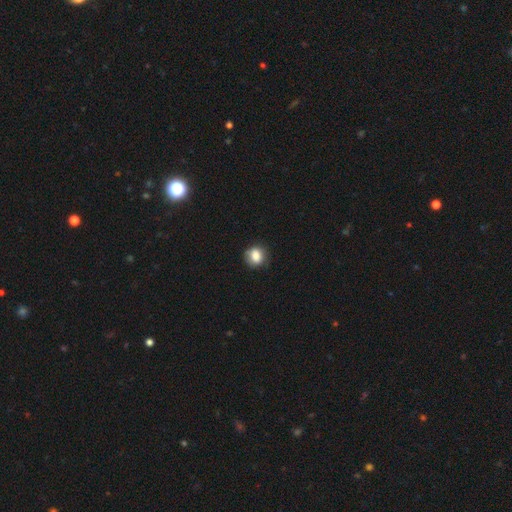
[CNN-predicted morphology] The model was most divided on "how rounded": round: 66%, in between: 32%, cigar-shaped: 1%. More confident: smooth or featured — smooth (82%); merging — none (74%).